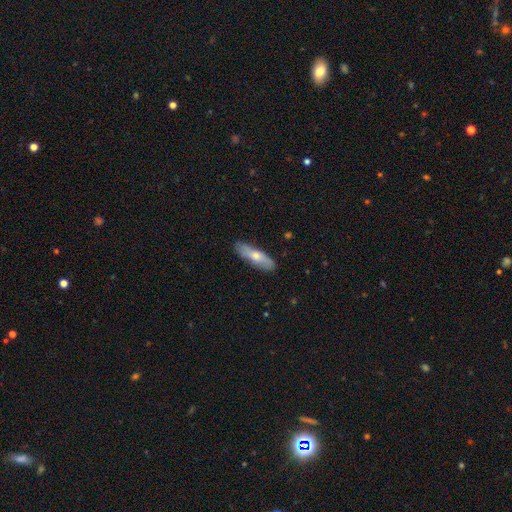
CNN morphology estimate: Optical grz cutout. It shows a smooth galaxy with no disk features (58%) that is cigar-shaped (64%). Merging: none (86%).